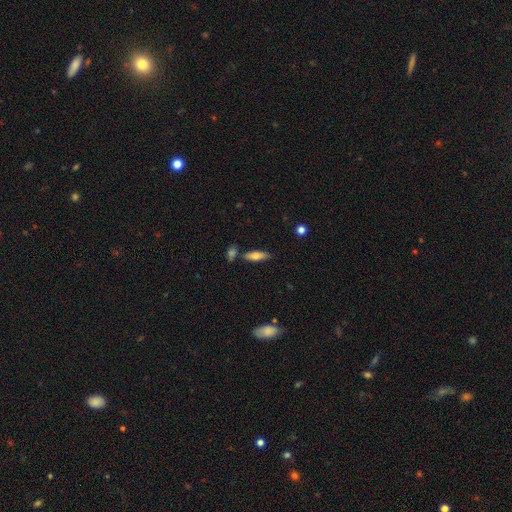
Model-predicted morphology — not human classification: Q: Smooth or featured?
A: smooth (65%); runner-up: featured or disk (28%)
Q: How rounded?
A: in between (49%); tied with: cigar-shaped (49%)
Q: Merging?
A: none (73%); runner-up: minor disturbance (13%)